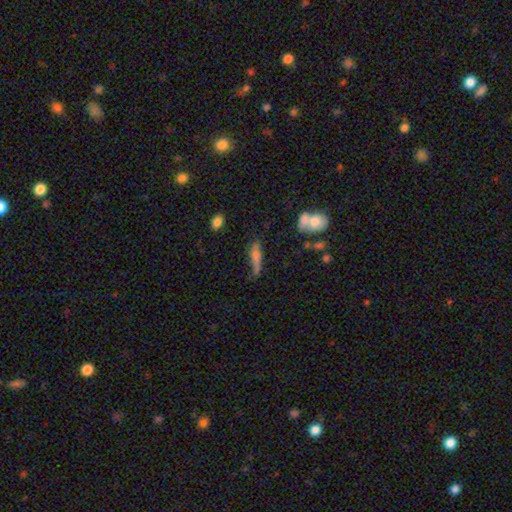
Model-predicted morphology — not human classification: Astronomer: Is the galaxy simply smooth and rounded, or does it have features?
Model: smooth — 58%.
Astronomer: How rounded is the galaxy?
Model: cigar-shaped — 69%.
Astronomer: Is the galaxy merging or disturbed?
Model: none — 44% (runner-up: minor disturbance, 29%).